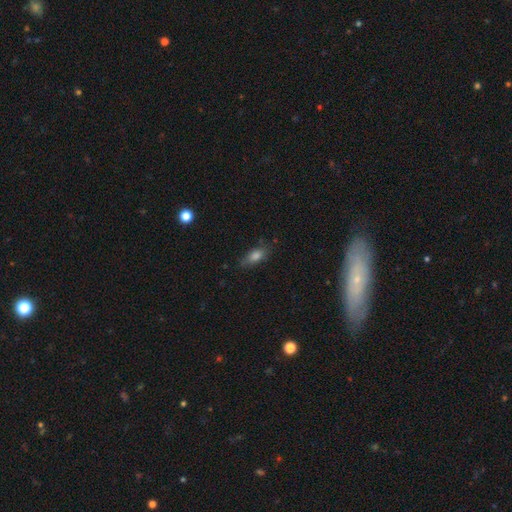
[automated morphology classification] type=smooth (75%); roundness=in between (76%); merging=none (74%).